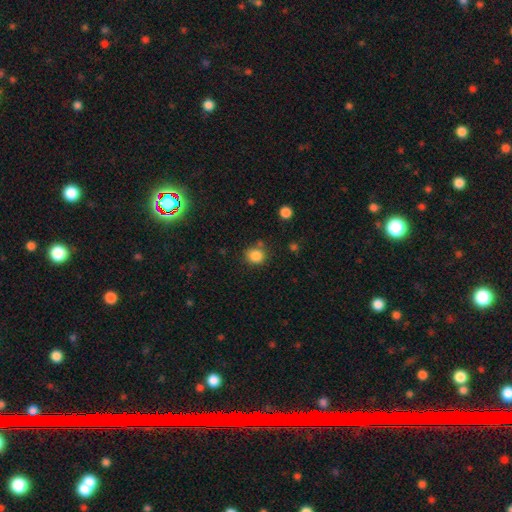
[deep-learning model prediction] This appears to be a smooth galaxy with no disk features (85%) that is round (83%). Merging: none (77%).